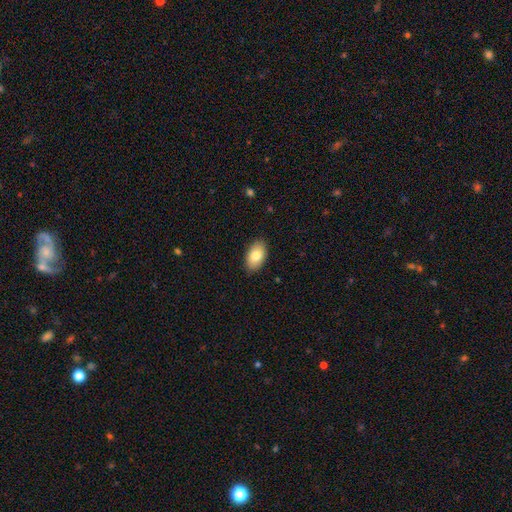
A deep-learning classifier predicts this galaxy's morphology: A smooth galaxy with no disk features (82%) that is in between round and cigar-shaped (94%).

Vote fractions:
- Smooth or featured? smooth: 82% / featured or disk: 11% / star or artifact: 7%
- How rounded? in between: 94% / round: 5% / cigar-shaped: 1%
- Merging? none: 87% / minor disturbance: 10% / major disturbance: 2% / merger: 1%